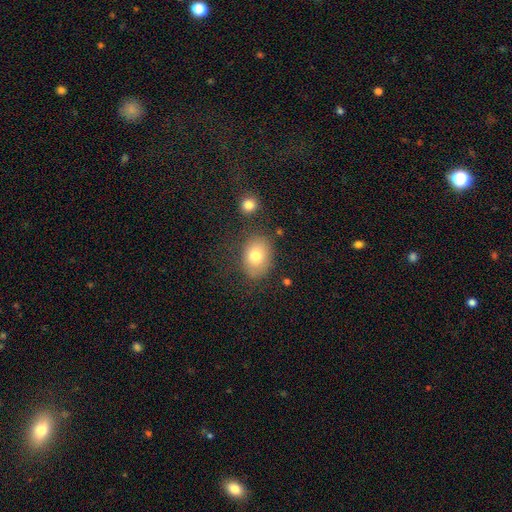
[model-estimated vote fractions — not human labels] Smooth or featured?
  - smooth: 76% *
  - featured or disk: 15%
  - star or artifact: 9%
How rounded?
  - in between: 66% *
  - round: 33%
  - cigar-shaped: 1%
Merging?
  - none: 73% *
  - minor disturbance: 16%
  - major disturbance: 6%
  - merger: 5%